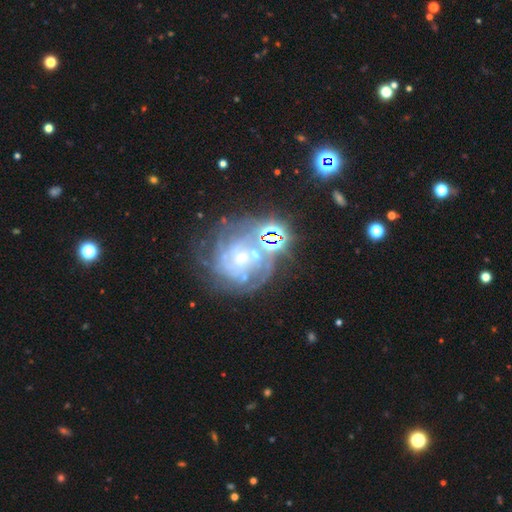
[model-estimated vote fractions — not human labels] Smooth or featured?
  - featured or disk: 70% *
  - star or artifact: 18%
  - smooth: 11%
Edge-on disk?
  - no: 98% *
  - yes: 2%
Bar?
  - no: 74% *
  - weak: 20%
  - strong: 7%
Spiral arms?
  - yes: 84% *
  - no: 16%
Spiral winding?
  - tight: 57% *
  - medium: 33%
  - loose: 10%
Spiral arm count?
  - can't tell: 38% *
  - 3: 19%
  - 2: 15%
  - 4: 13%
  - more than 4: 8%
  - 1: 6%
Bulge size?
  - small: 62% *
  - moderate: 28%
  - none: 5%
  - large: 3%
  - dominant: 2%
Merging?
  - none: 47% *
  - major disturbance: 18%
  - minor disturbance: 18%
  - merger: 17%